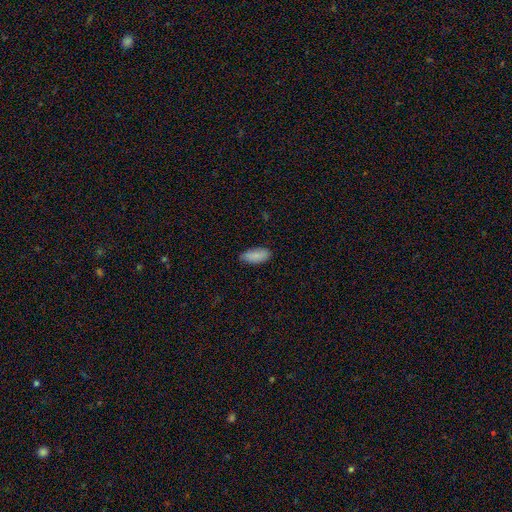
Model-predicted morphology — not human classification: smooth-or-featured: smooth: 88% | star or artifact: 7% | featured or disk: 5%
  how-rounded: in between: 86% | cigar-shaped: 12% | round: 2%
  merging: none: 77% | minor disturbance: 19% | major disturbance: 3% | merger: 1%